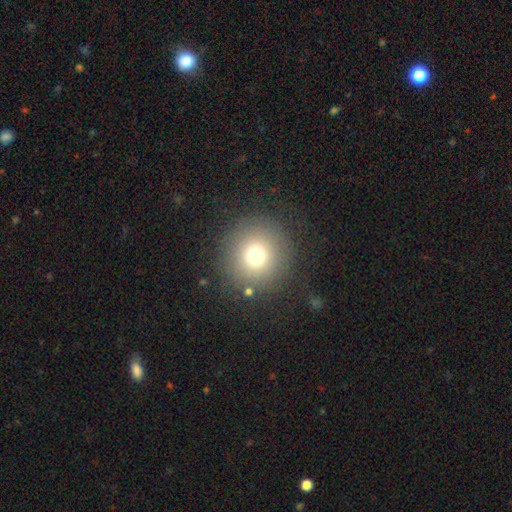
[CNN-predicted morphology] This appears to be a smooth galaxy with no disk features (72%) that is round (95%). Merging: none (86%).